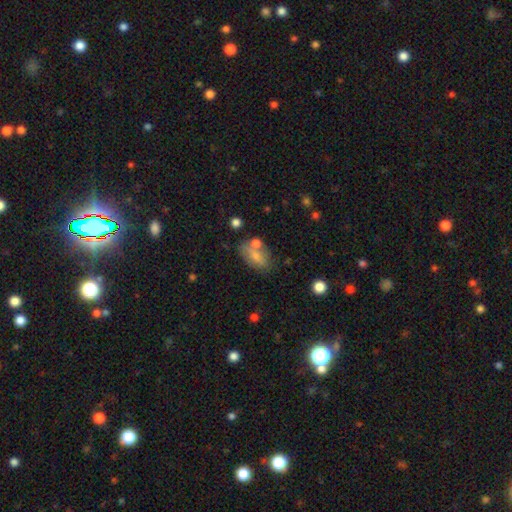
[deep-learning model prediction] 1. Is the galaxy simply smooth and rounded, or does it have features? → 70% smooth, 21% featured or disk, 9% star or artifact.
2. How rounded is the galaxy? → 87% in between, 9% round, 4% cigar-shaped.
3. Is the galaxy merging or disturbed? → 54% none, 19% merger, 19% minor disturbance, 7% major disturbance.